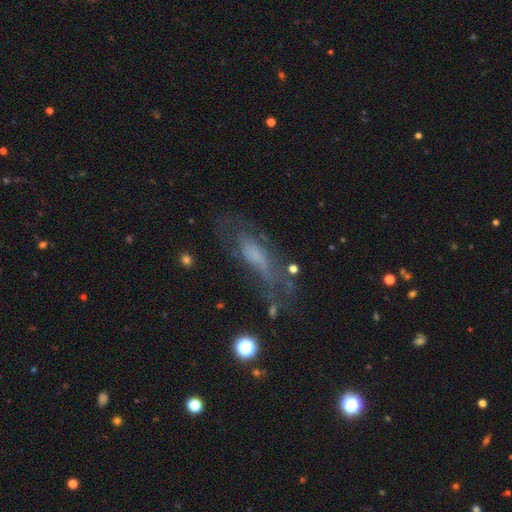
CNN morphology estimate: This is possibly a featured or disk galaxy (54%). It is likely not viewed edge-on (78%). Merging: possibly none (49%).